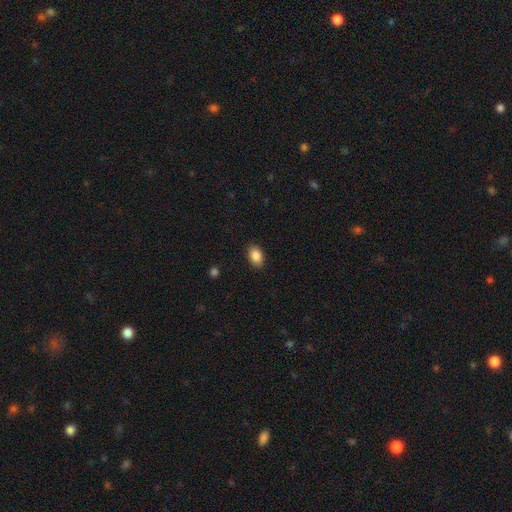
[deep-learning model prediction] This is clearly a smooth galaxy (87%). How rounded: clearly in between (86%). Merging: clearly none (88%).